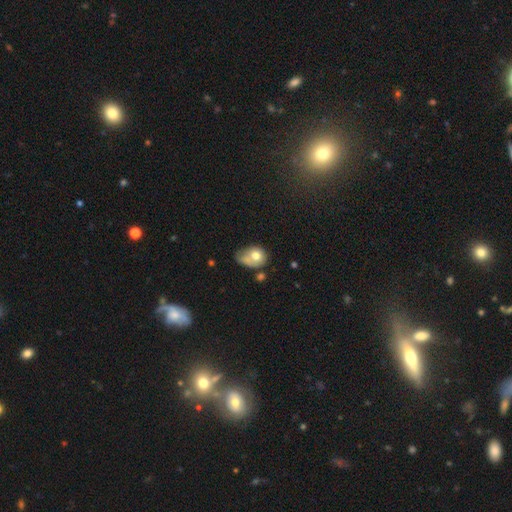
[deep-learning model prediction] Smooth or featured?
  - smooth: 69% *
  - featured or disk: 22%
  - star or artifact: 9%
How rounded?
  - in between: 61% *
  - round: 38%
  - cigar-shaped: 1%
Merging?
  - minor disturbance: 32% *
  - major disturbance: 27%
  - none: 23%
  - merger: 19%